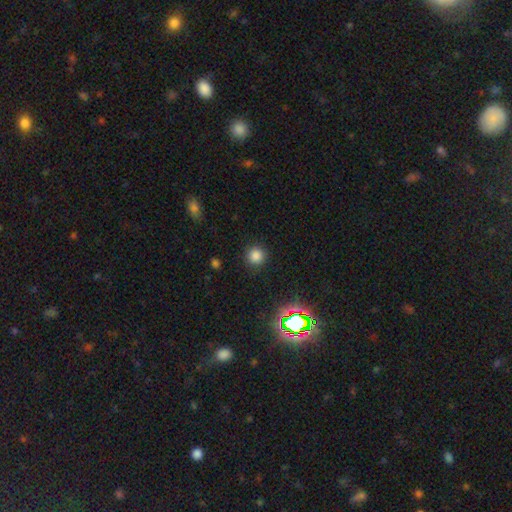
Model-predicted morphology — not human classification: Smooth or featured: smooth — 80% (star or artifact — 16%)
How rounded: round — 94% (in between — 5%)
Merging: none — 90% (minor disturbance — 6%)